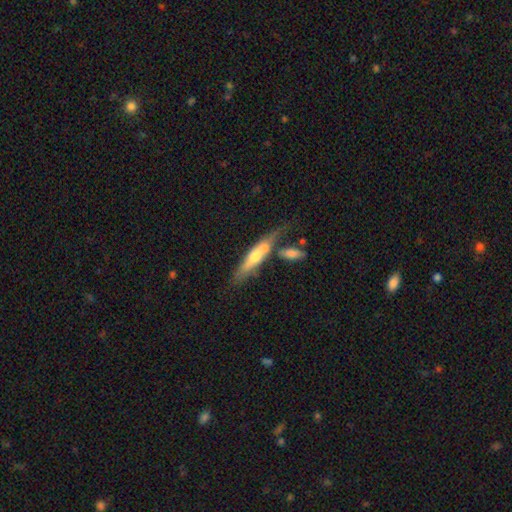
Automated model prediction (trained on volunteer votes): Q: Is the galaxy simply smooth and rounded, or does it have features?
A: featured or disk — 55%.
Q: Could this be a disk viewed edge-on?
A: yes — 80%.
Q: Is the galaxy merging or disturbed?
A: none — 42%.